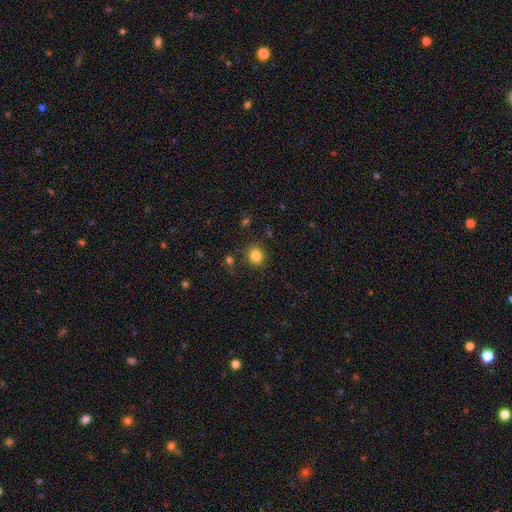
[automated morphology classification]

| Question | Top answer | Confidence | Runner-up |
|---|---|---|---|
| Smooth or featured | smooth | 84% | star or artifact (11%) |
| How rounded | round | 81% | in between (18%) |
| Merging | none | 85% | minor disturbance (9%) |